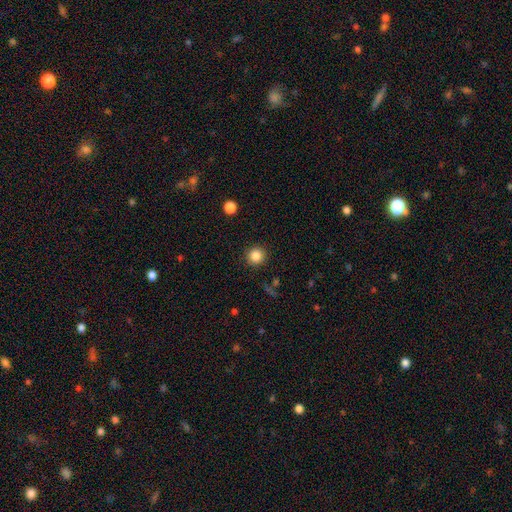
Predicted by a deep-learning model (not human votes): Smooth or featured?
  - smooth: 84% *
  - star or artifact: 11%
  - featured or disk: 5%
How rounded?
  - round: 94% *
  - in between: 5%
  - cigar-shaped: 1%
Merging?
  - none: 91% *
  - minor disturbance: 5%
  - major disturbance: 2%
  - merger: 1%